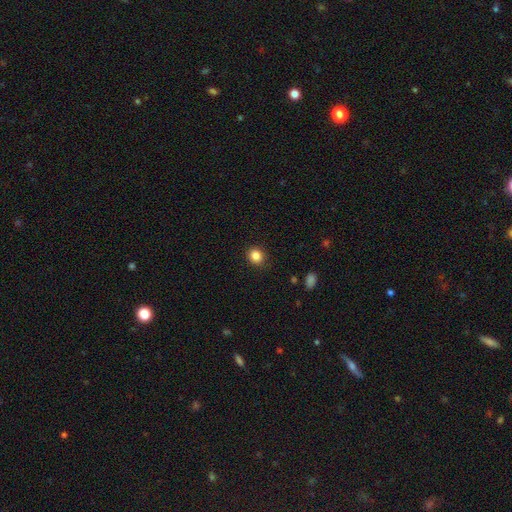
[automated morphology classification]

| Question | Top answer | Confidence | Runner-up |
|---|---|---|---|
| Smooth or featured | smooth | 85% | star or artifact (11%) |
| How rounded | round | 75% | in between (24%) |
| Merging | none | 89% | minor disturbance (8%) |